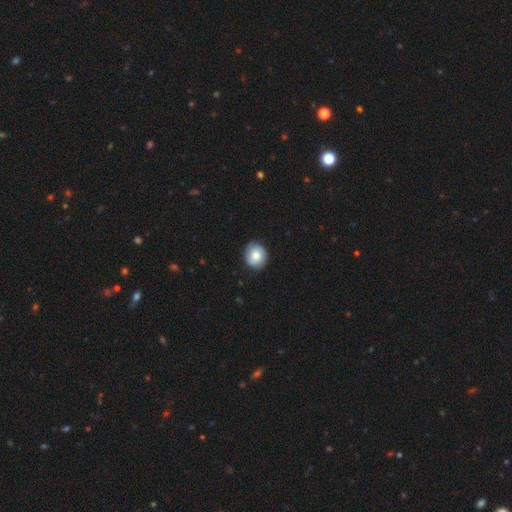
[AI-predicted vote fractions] Morphology: type=smooth (68%); roundness=round (77%); merging=none (82%).